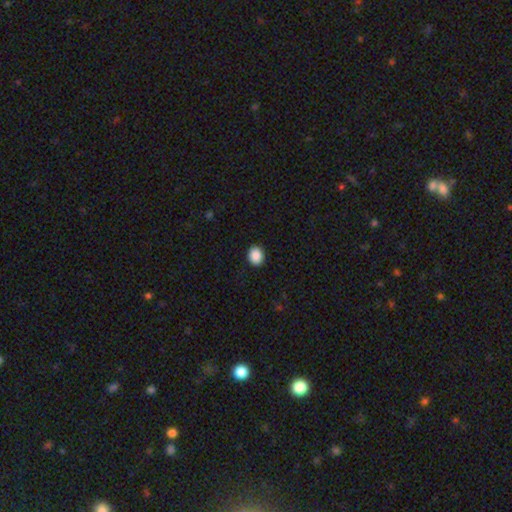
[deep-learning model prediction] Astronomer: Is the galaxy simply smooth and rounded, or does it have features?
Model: smooth — 89%.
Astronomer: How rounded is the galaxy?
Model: round — 56% (runner-up: in between, 43%).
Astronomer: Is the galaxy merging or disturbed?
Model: none — 91%.